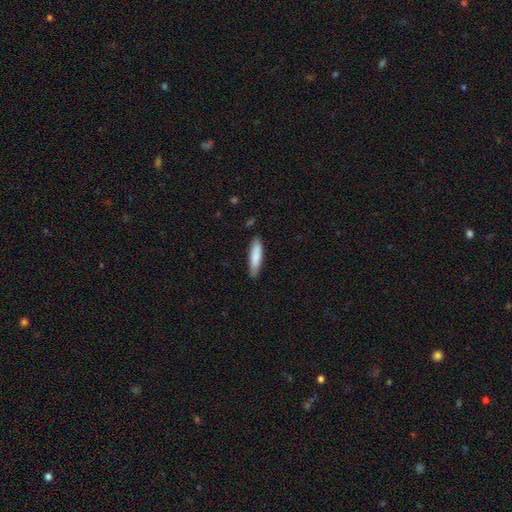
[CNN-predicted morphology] Overall: smooth (84%). How rounded: cigar-shaped (71%). Merging: none (81%).